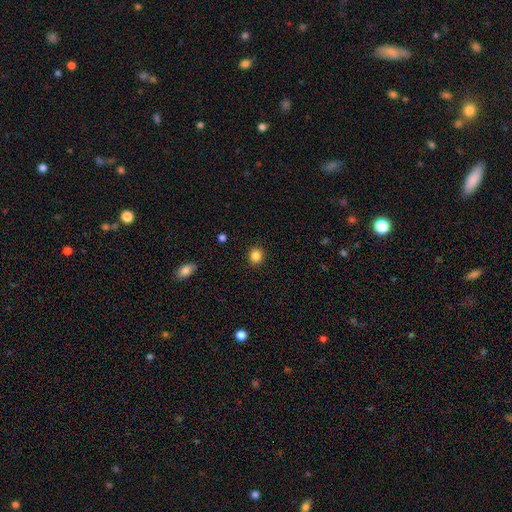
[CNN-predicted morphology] type=smooth (86%); roundness=round (88%); merging=none (91%).